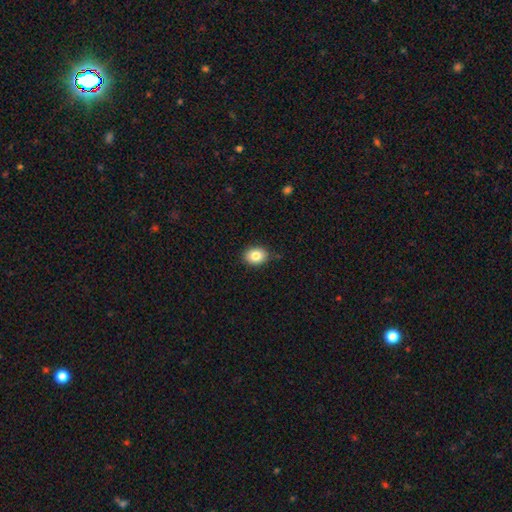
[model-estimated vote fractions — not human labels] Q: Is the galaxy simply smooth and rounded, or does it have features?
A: smooth — 83%.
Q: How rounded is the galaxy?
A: in between — 62%.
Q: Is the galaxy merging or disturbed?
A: none — 86%.